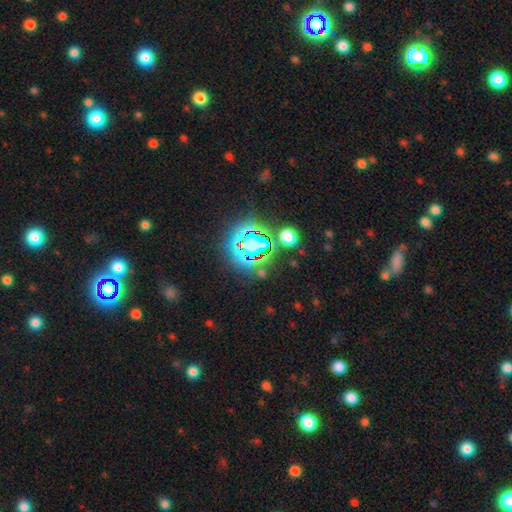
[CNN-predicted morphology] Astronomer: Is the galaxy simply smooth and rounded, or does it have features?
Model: star or artifact — 78%.